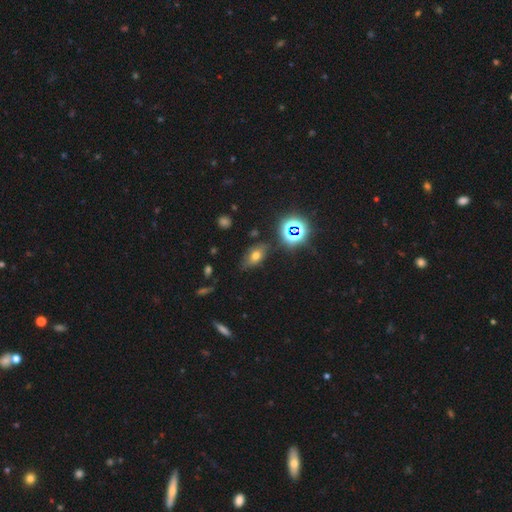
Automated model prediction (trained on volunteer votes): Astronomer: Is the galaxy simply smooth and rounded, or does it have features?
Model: smooth — 60%.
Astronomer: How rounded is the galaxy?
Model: in between — 83%.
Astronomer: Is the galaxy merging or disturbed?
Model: none — 73%.